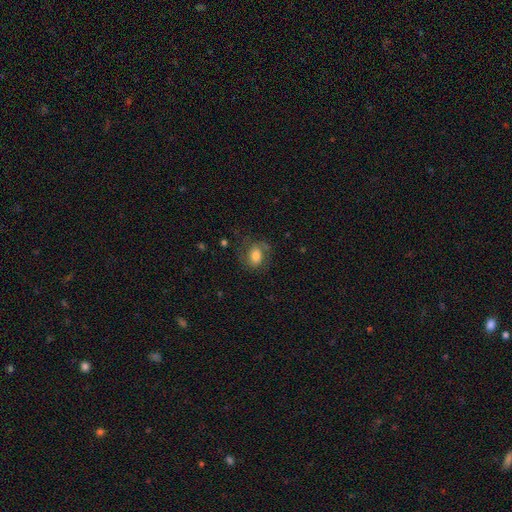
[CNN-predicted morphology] Overall: smooth (52%; featured or disk 38%). How rounded: in between (58%; round 41%). Merging: none (60%; minor disturbance 21%).